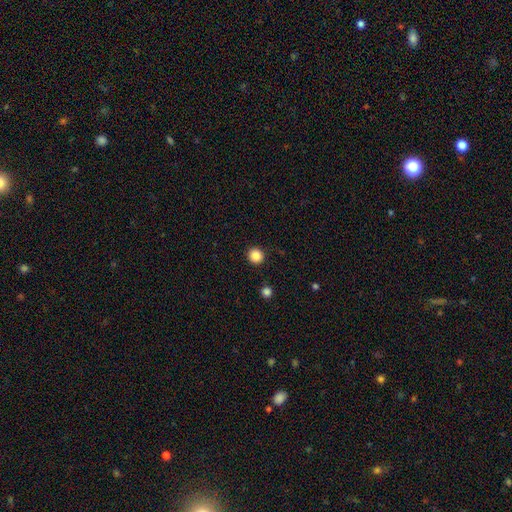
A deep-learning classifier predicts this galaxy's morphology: Q: Smooth or featured?
A: smooth (87%); runner-up: star or artifact (11%)
Q: How rounded?
A: round (93%); runner-up: in between (6%)
Q: Merging?
A: none (91%); runner-up: minor disturbance (5%)